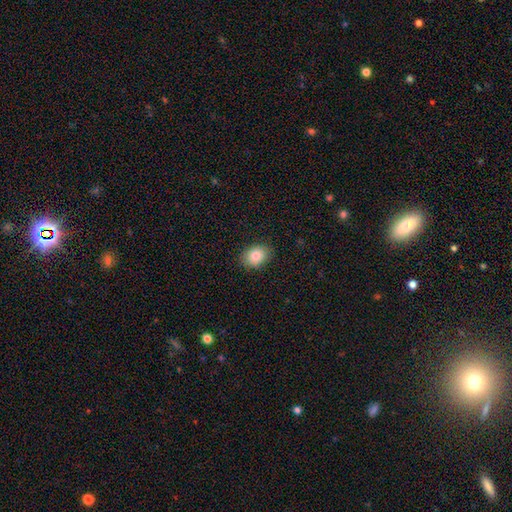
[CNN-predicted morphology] Overall: smooth (85%). How rounded: in between (66%; round 33%). Merging: none (88%).